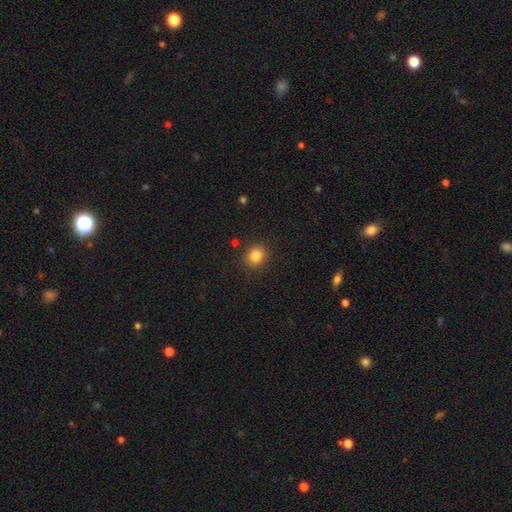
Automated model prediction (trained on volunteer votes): Smooth or featured?
  - smooth: 83% *
  - star or artifact: 12%
  - featured or disk: 6%
How rounded?
  - round: 84% *
  - in between: 15%
  - cigar-shaped: 1%
Merging?
  - none: 88% *
  - minor disturbance: 7%
  - major disturbance: 2%
  - merger: 2%